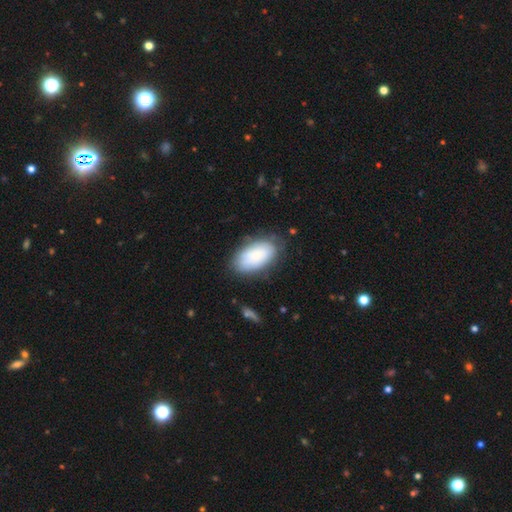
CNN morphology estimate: Smooth or featured? smooth (79%)
How rounded? in between (95%)
Merging? none (71%)